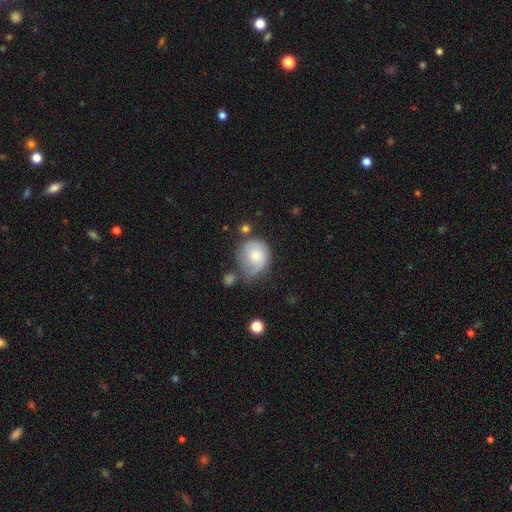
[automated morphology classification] type=smooth (57%); roundness=round (72%); merging=none (38%).